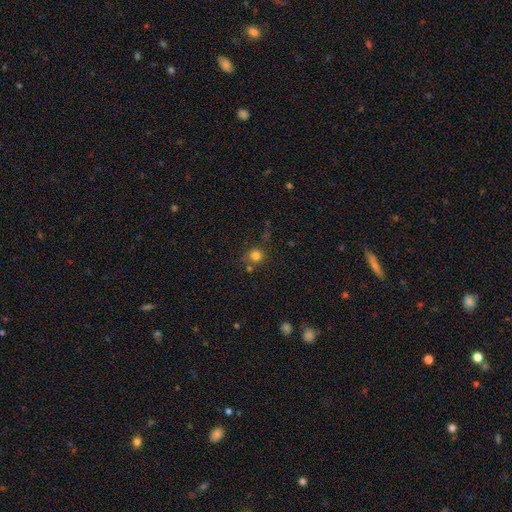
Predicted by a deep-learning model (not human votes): Smooth or featured: smooth — 79% (star or artifact — 14%)
How rounded: round — 93% (in between — 6%)
Merging: none — 74% (minor disturbance — 12%)